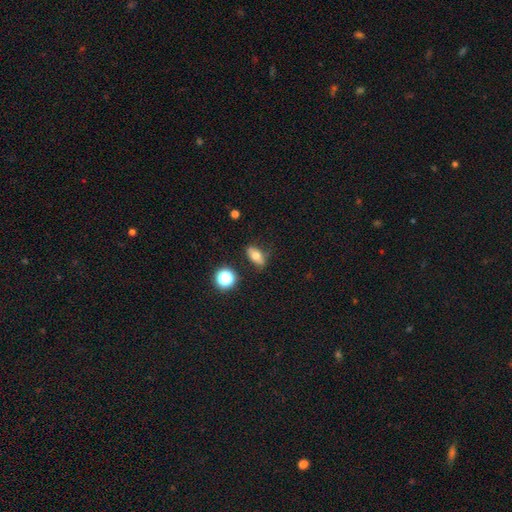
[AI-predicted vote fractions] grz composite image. It shows a smooth galaxy with no disk features (68%) that is in between round and cigar-shaped (78%). Merging: none (81%).